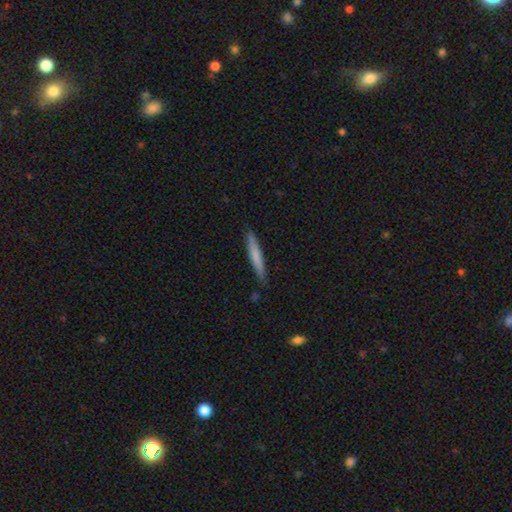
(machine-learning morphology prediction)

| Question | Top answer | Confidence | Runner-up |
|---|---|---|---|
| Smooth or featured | smooth | 69% | featured or disk (25%) |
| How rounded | cigar-shaped | 95% | in between (4%) |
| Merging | none | 88% | minor disturbance (9%) |